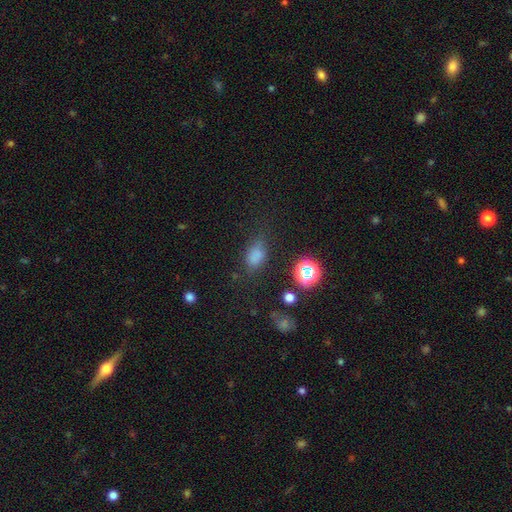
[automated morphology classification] smooth 72%, star or artifact 19%, featured or disk 9%. Down the decision tree: how rounded — in between (80%); merging — none (61%).